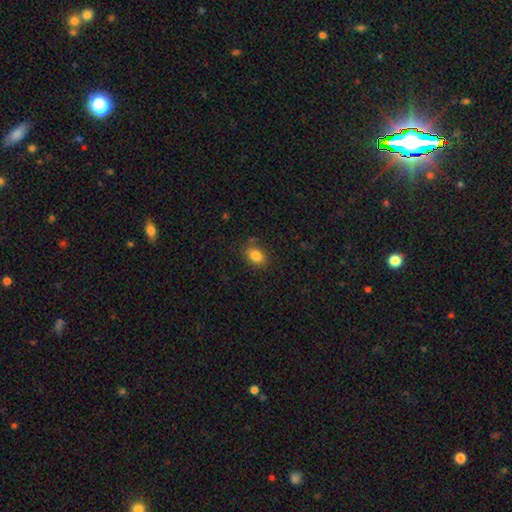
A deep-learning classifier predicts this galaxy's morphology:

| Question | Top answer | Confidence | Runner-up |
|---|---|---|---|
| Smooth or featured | smooth | 83% | star or artifact (10%) |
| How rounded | in between | 76% | round (23%) |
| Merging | none | 78% | minor disturbance (16%) |